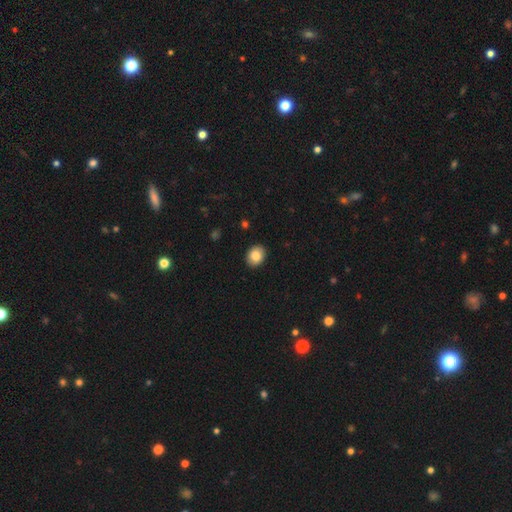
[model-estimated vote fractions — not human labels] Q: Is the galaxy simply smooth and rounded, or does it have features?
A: smooth — 86%.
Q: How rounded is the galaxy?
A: in between — 59%.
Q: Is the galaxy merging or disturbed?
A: none — 91%.